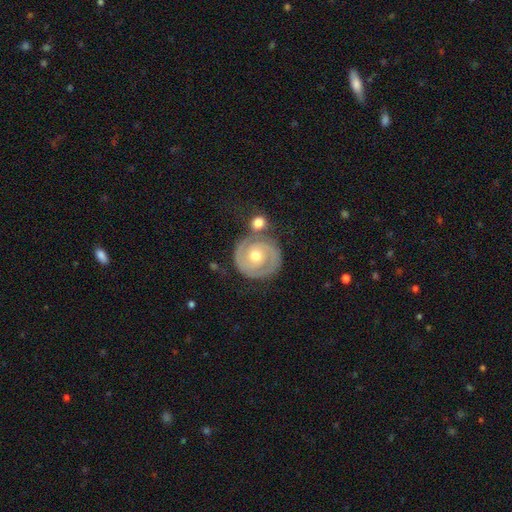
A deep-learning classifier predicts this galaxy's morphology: featured or disk 82%, smooth 13%, star or artifact 4%. Down the decision tree: edge-on disk — no (98%); bar — no (72%); spiral arms — yes (90%); spiral arm count — 2 (78%); spiral winding — tight (74%); bulge size — moderate (75%); merging — none (66%).